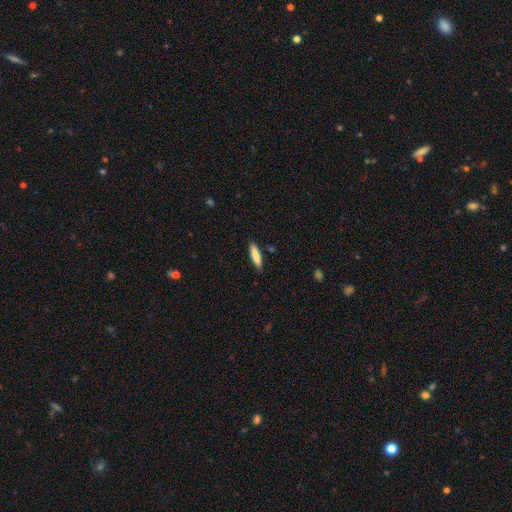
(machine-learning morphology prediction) This appears to be a smooth galaxy with no disk features (84%) that is cigar-shaped (78%). Merging: none (88%).